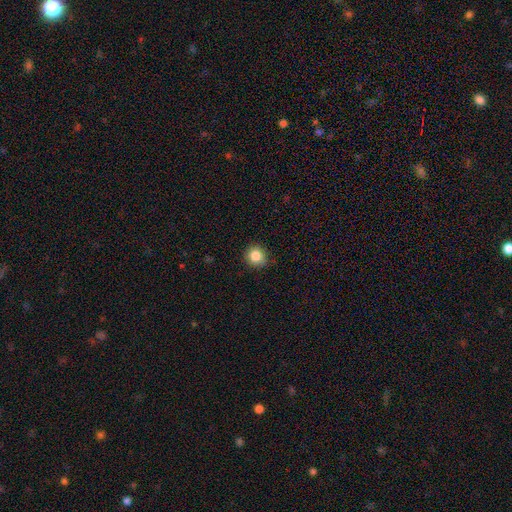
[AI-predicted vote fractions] This is clearly a smooth galaxy (85%). How rounded: clearly round (90%). Merging: clearly none (85%).